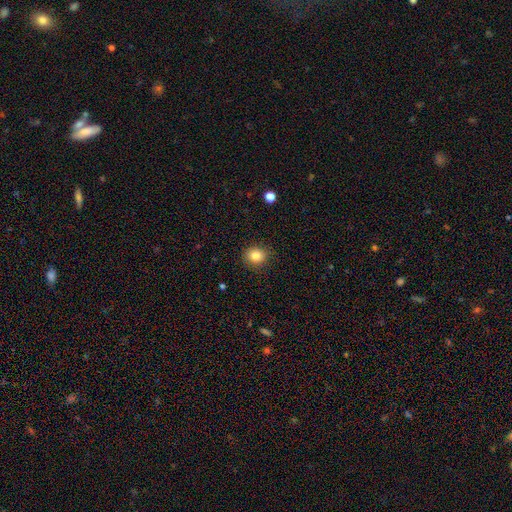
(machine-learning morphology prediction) Smooth or featured?
  - smooth: 82% *
  - star or artifact: 10%
  - featured or disk: 7%
How rounded?
  - round: 70% *
  - in between: 29%
  - cigar-shaped: 1%
Merging?
  - none: 87% *
  - minor disturbance: 9%
  - major disturbance: 2%
  - merger: 1%